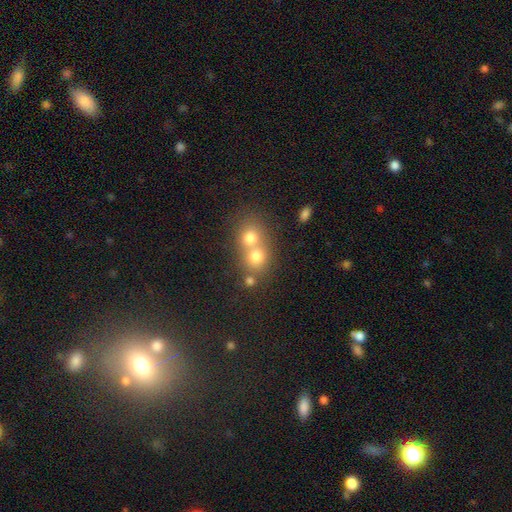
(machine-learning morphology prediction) Smooth or featured? smooth (71%)
How rounded? round (77%)
Merging? merger (63%)